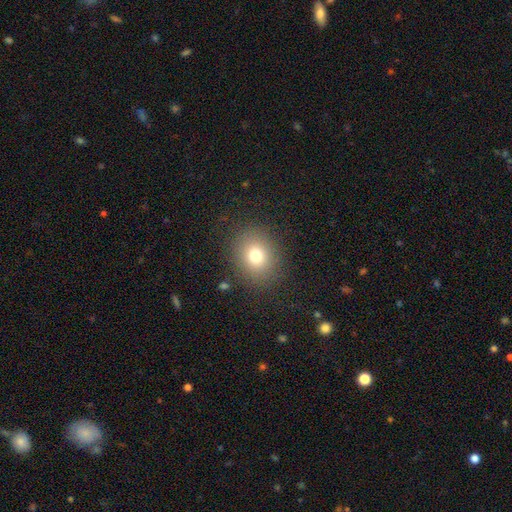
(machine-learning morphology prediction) Smooth or featured? smooth (75%)
How rounded? round (68%)
Merging? none (86%)